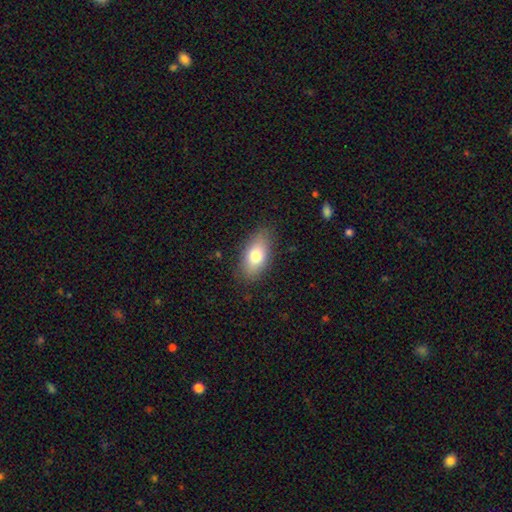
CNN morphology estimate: Q: Smooth or featured?
A: smooth (76%); runner-up: featured or disk (16%)
Q: How rounded?
A: in between (88%); runner-up: cigar-shaped (7%)
Q: Merging?
A: none (83%); runner-up: minor disturbance (13%)